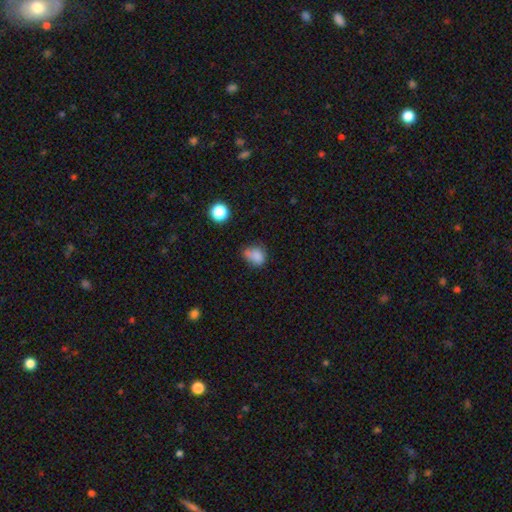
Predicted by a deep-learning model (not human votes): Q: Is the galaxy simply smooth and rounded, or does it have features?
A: smooth — 79%.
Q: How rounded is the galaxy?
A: in between — 57%.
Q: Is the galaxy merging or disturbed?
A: none — 44%.